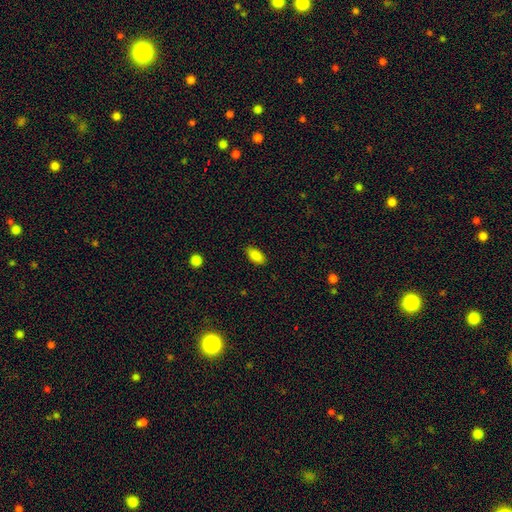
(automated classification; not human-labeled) smooth 87%, star or artifact 8%, featured or disk 5%. Down the decision tree: how rounded — in between (92%); merging — none (85%).